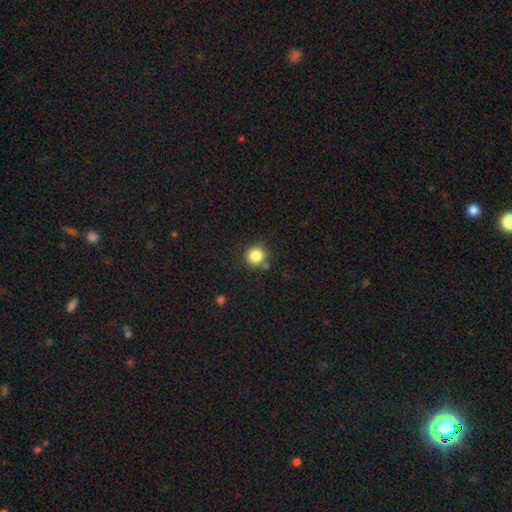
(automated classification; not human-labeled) Smooth or featured: smooth — 84% (star or artifact — 11%)
How rounded: round — 90% (in between — 9%)
Merging: none — 78% (minor disturbance — 11%)